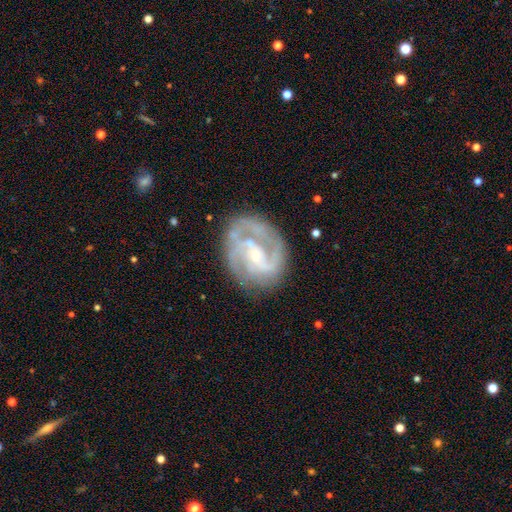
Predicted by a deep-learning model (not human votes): Smooth or featured?
  - featured or disk: 87% *
  - smooth: 8%
  - star or artifact: 6%
Edge-on disk?
  - no: 98% *
  - yes: 2%
Bar?
  - no: 46% *
  - weak: 39%
  - strong: 15%
Spiral arms?
  - yes: 94% *
  - no: 6%
Spiral winding?
  - medium: 46% *
  - tight: 39%
  - loose: 15%
Spiral arm count?
  - 2: 53% *
  - 3: 17%
  - can't tell: 16%
  - 1: 5%
  - 4: 4%
  - more than 4: 4%
Bulge size?
  - small: 75% *
  - moderate: 20%
  - none: 2%
  - large: 1%
  - dominant: 1%
Merging?
  - none: 68% *
  - minor disturbance: 18%
  - major disturbance: 10%
  - merger: 3%